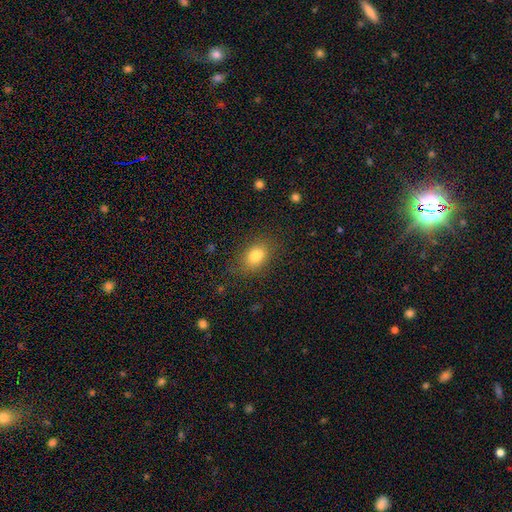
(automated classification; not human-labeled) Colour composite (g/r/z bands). It shows a smooth galaxy with no disk features (80%) that is in between round and cigar-shaped (77%). Merging: none (76%).